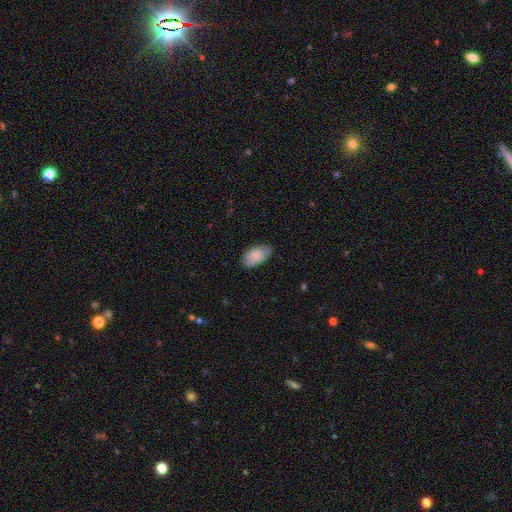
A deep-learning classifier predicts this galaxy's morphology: This is likely a smooth galaxy (80%). How rounded: clearly in between (95%). Merging: likely none (75%).